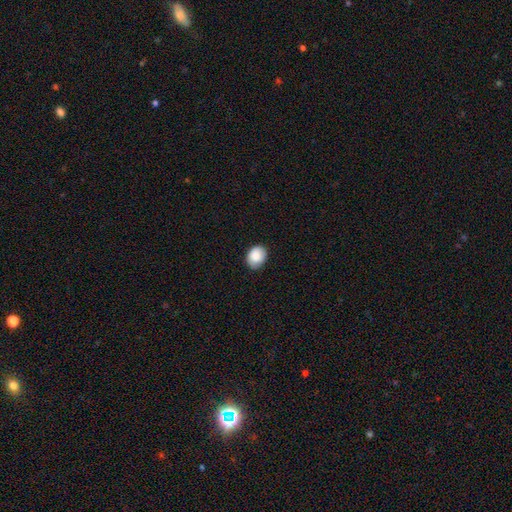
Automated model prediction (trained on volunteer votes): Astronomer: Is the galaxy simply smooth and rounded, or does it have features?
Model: smooth — 88%.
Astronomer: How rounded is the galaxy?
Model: in between — 63%.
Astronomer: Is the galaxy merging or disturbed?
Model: none — 82%.